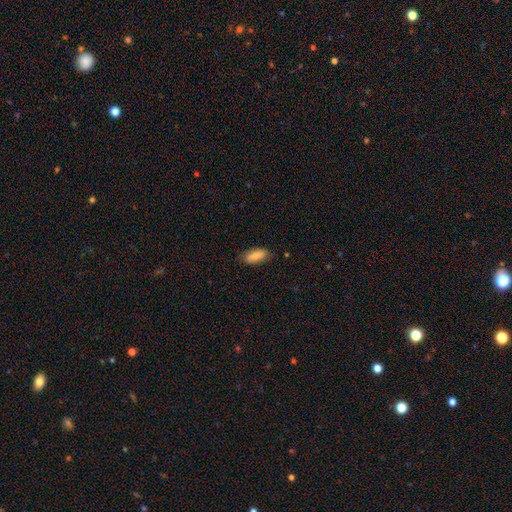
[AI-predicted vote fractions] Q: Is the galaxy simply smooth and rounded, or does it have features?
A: smooth — 81%.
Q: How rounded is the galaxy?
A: in between — 82%.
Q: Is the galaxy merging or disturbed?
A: none — 77%.